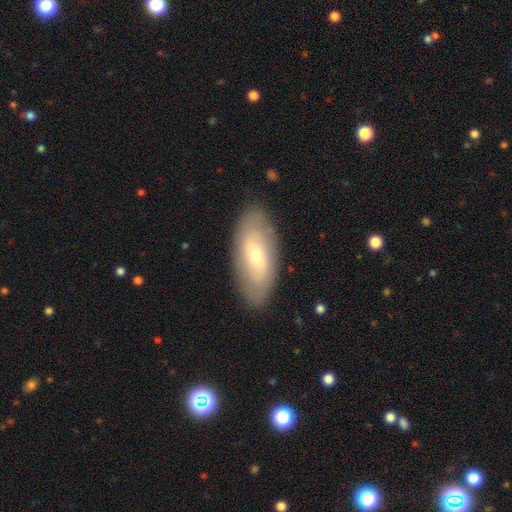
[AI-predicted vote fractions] Smooth or featured? Predicted: smooth (p=0.50). Merging? Predicted: none (p=0.85).